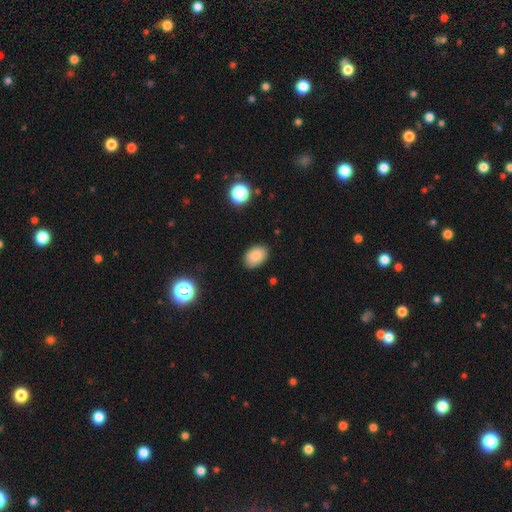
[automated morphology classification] Smooth or featured?
  - smooth: 86% *
  - star or artifact: 9%
  - featured or disk: 5%
How rounded?
  - in between: 83% *
  - round: 15%
  - cigar-shaped: 1%
Merging?
  - none: 84% *
  - minor disturbance: 12%
  - major disturbance: 3%
  - merger: 1%